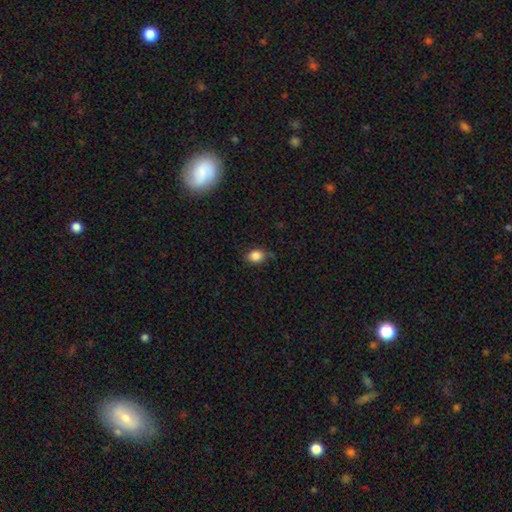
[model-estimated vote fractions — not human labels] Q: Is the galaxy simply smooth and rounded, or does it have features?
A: smooth — 85%.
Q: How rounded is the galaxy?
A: in between — 50%.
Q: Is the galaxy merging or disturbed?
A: none — 75%.